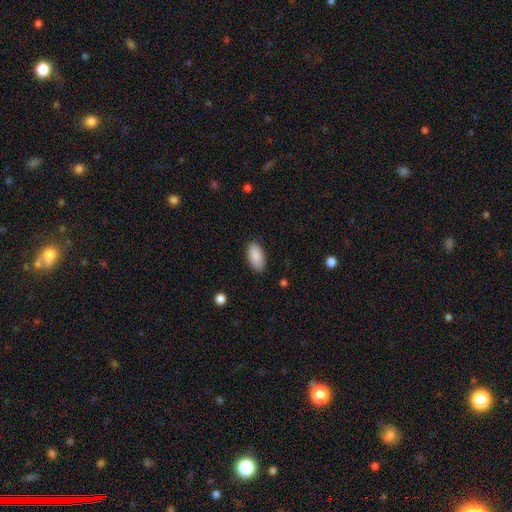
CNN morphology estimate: smooth 90%, star or artifact 6%, featured or disk 4%. Down the decision tree: how rounded — in between (93%); merging — none (87%).